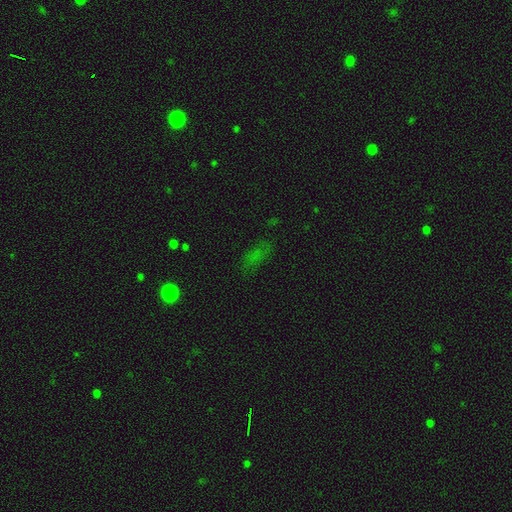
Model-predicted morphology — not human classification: A smooth galaxy with no disk features (53%) that is in between round and cigar-shaped (72%). Merging: none (73%).